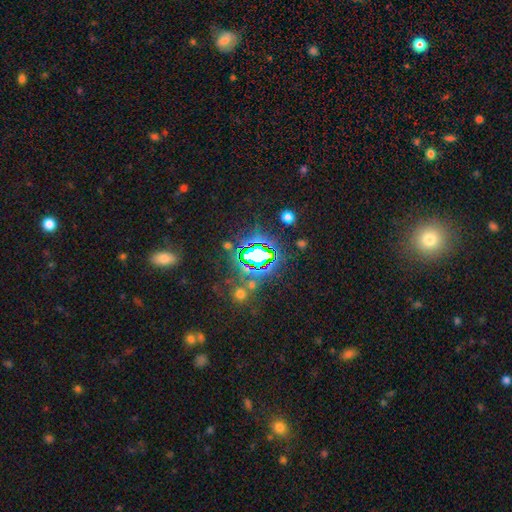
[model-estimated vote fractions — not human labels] A star or artifact, not a galaxy (72%).